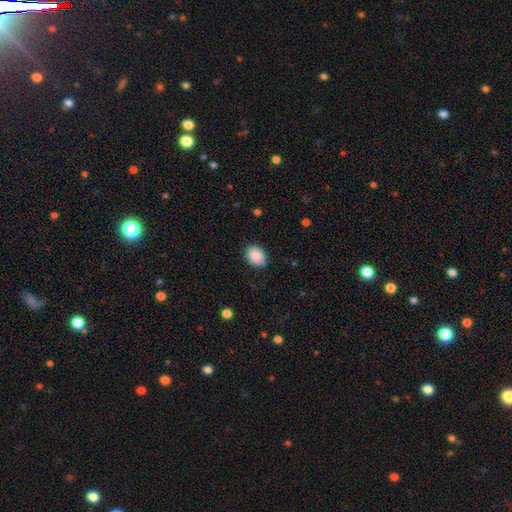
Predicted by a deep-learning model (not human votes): Smooth or featured: smooth — 89% (star or artifact — 7%)
How rounded: in between — 72% (round — 27%)
Merging: none — 86% (minor disturbance — 10%)